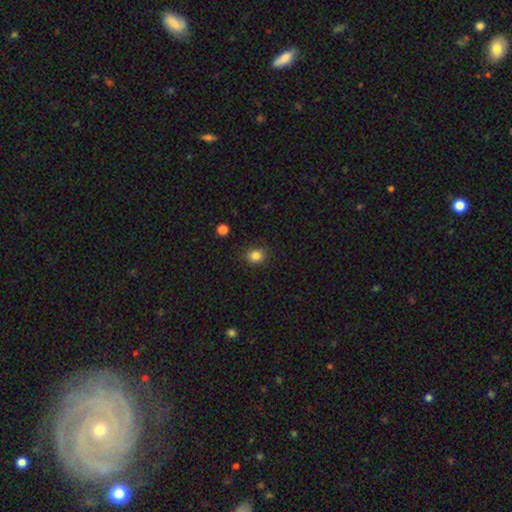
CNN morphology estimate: Q: Smooth or featured?
A: smooth (84%); runner-up: star or artifact (11%)
Q: How rounded?
A: round (74%); runner-up: in between (25%)
Q: Merging?
A: none (88%); runner-up: minor disturbance (8%)